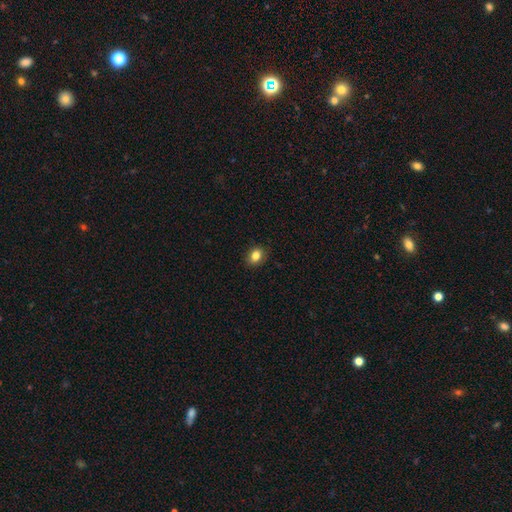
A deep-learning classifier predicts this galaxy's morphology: Smooth or featured? Predicted: smooth (p=0.83). How rounded? Predicted: in between (p=0.57). Merging? Predicted: none (p=0.88).